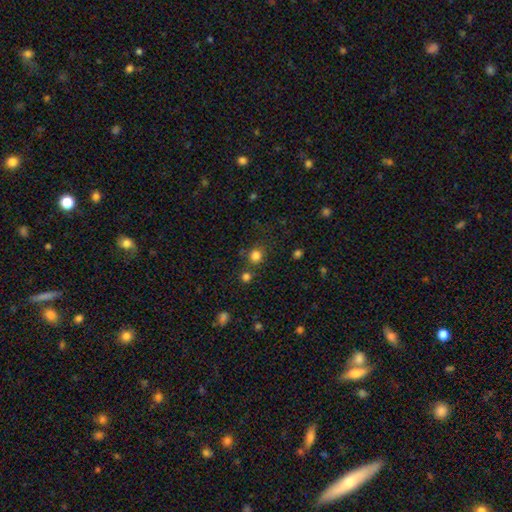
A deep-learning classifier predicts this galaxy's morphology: smooth 80%, star or artifact 15%, featured or disk 5%. Down the decision tree: how rounded — round (87%); merging — none (74%).